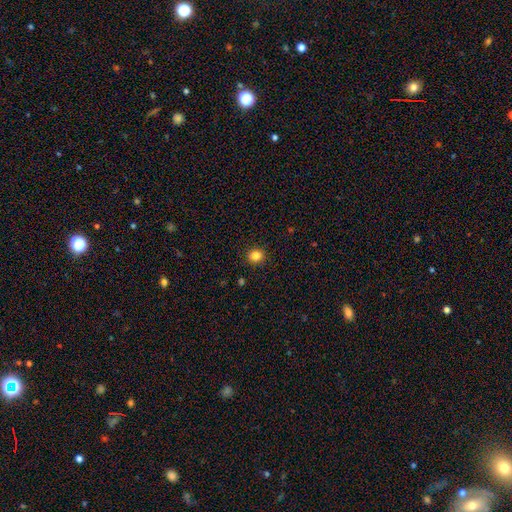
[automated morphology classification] A smooth galaxy with no disk features (84%) that is round (83%). Merging: none (91%).